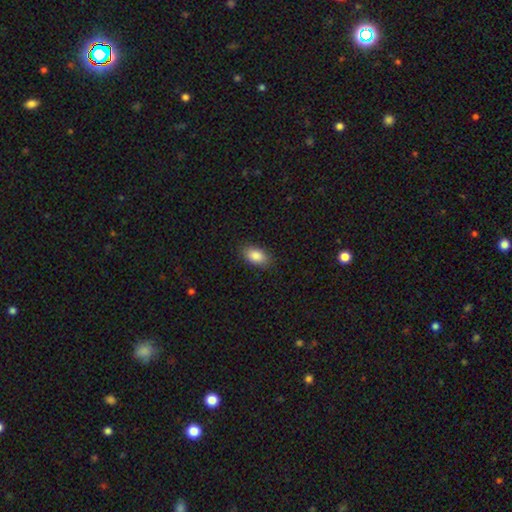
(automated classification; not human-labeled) Smooth or featured? smooth (87%)
How rounded? in between (92%)
Merging? none (87%)